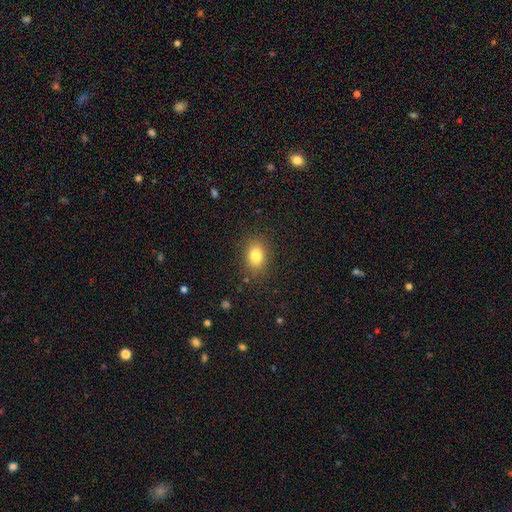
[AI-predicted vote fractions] A smooth galaxy with no disk features (81%) that is in between round and cigar-shaped (68%). Merging: none (86%).